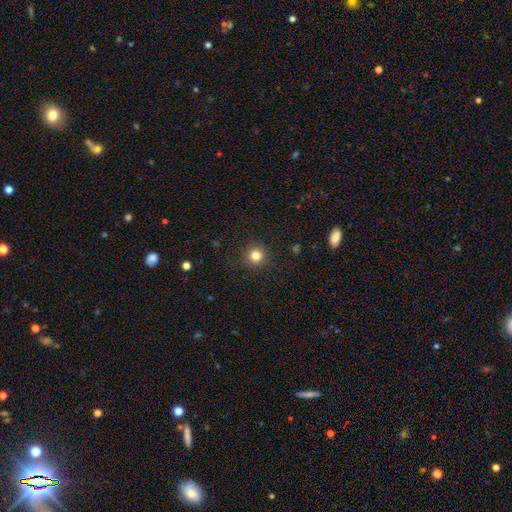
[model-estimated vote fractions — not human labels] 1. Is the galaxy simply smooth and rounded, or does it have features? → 82% smooth, 13% star or artifact, 5% featured or disk.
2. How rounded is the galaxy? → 95% round, 4% in between, 1% cigar-shaped.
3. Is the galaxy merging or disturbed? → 91% none, 6% minor disturbance, 2% major disturbance, 1% merger.